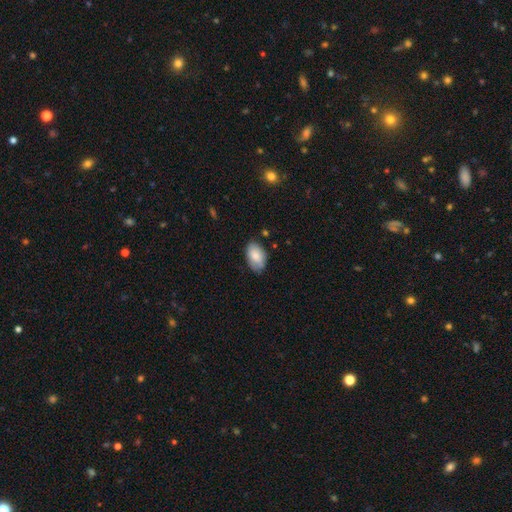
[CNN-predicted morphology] smooth-or-featured: smooth: 77% | featured or disk: 16% | star or artifact: 7%
  how-rounded: in between: 92% | round: 7% | cigar-shaped: 1%
  merging: none: 70% | minor disturbance: 24% | major disturbance: 4% | merger: 2%